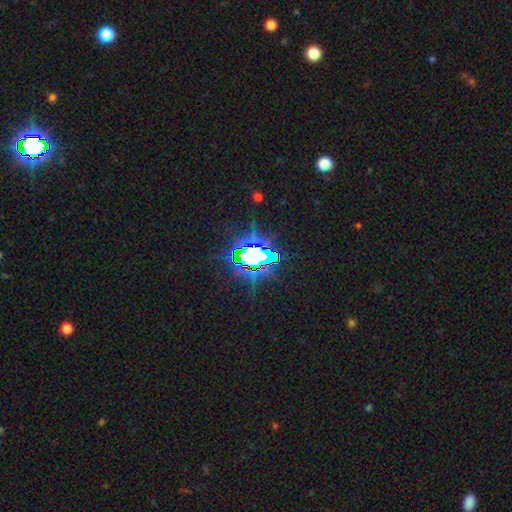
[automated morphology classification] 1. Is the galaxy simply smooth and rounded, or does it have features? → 73% star or artifact, 14% smooth, 13% featured or disk.